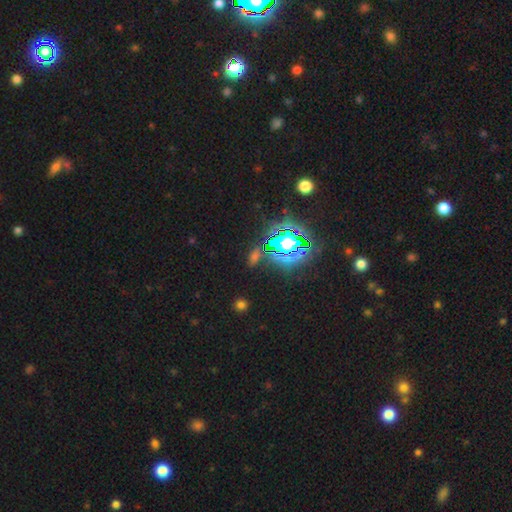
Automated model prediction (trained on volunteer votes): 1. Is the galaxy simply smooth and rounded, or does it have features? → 59% star or artifact, 30% smooth, 11% featured or disk.